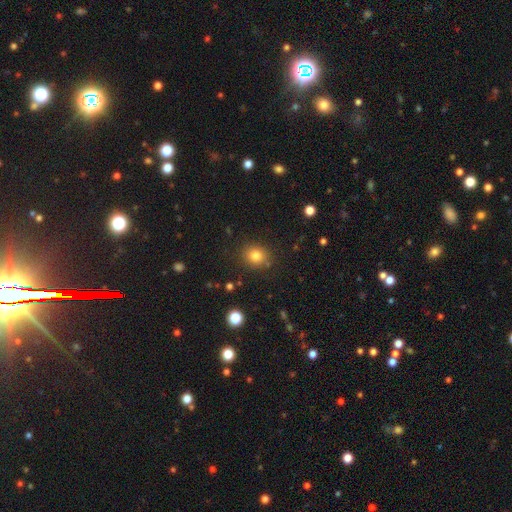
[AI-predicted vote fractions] The model was most divided on "how rounded": round: 73%, in between: 26%, cigar-shaped: 1%. More confident: merging — none (85%); smooth or featured — smooth (81%).